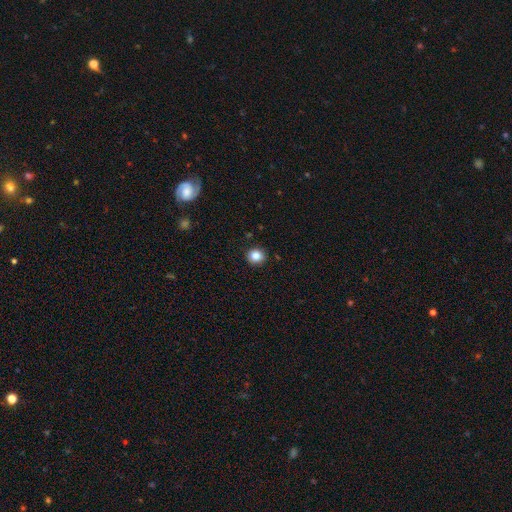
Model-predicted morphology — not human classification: Overall: smooth (85%). How rounded: round (83%). Merging: none (90%).